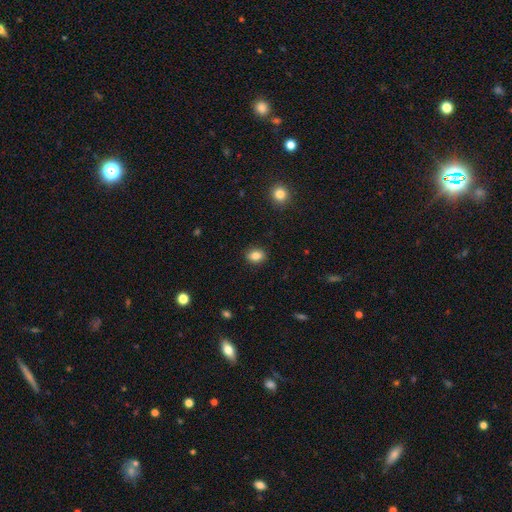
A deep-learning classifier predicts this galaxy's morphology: smooth-or-featured: smooth: 85% | star or artifact: 10% | featured or disk: 5%
  how-rounded: in between: 54% | round: 45% | cigar-shaped: 1%
  merging: none: 90% | minor disturbance: 7% | major disturbance: 2% | merger: 1%